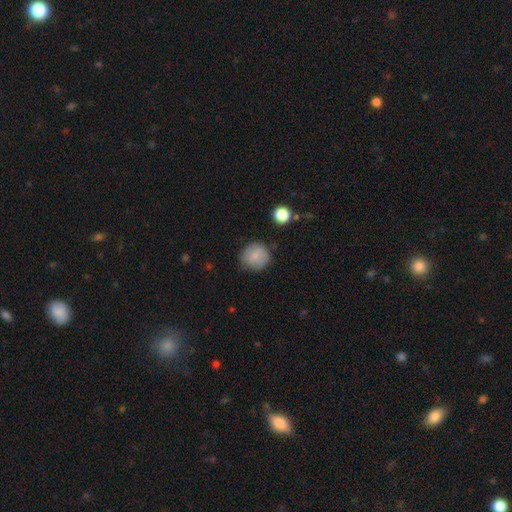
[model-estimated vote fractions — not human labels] Smooth or featured?
  - smooth: 74% *
  - featured or disk: 18%
  - star or artifact: 8%
How rounded?
  - round: 88% *
  - in between: 11%
  - cigar-shaped: 1%
Merging?
  - none: 76% *
  - minor disturbance: 18%
  - major disturbance: 4%
  - merger: 2%